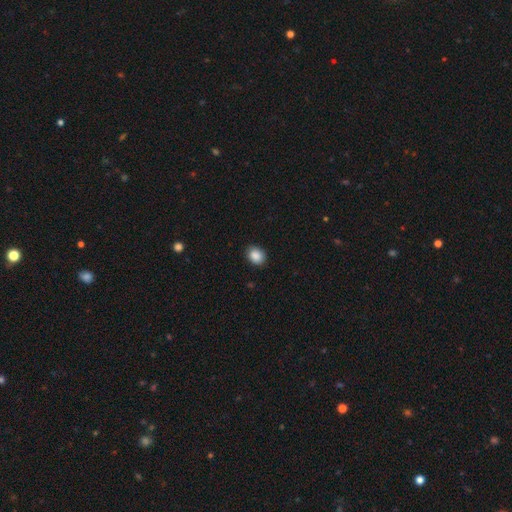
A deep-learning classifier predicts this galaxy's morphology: A smooth galaxy with no disk features (89%) that is in between round and cigar-shaped (53%).

Vote fractions:
- Smooth or featured? smooth: 89% / star or artifact: 8% / featured or disk: 3%
- How rounded? in between: 53% / round: 46% / cigar-shaped: 1%
- Merging? none: 86% / minor disturbance: 11% / major disturbance: 2% / merger: 1%